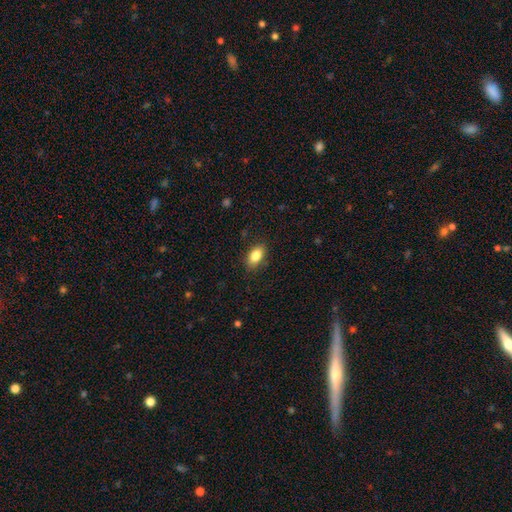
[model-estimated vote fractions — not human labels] smooth 84%, featured or disk 8%, star or artifact 8%. Down the decision tree: how rounded — in between (89%); merging — none (86%).